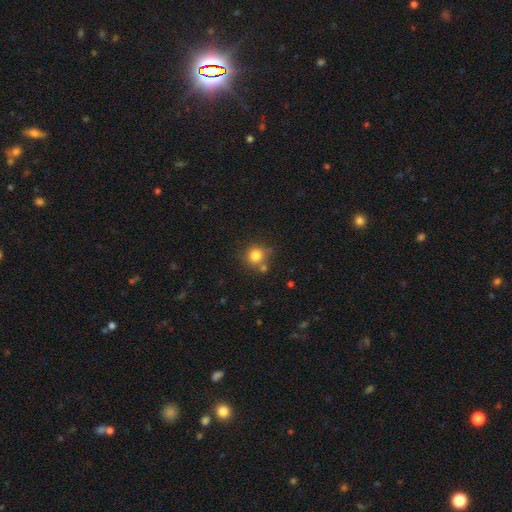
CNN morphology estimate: A smooth galaxy with no disk features (81%) that is round (90%). Merging: none (70%).